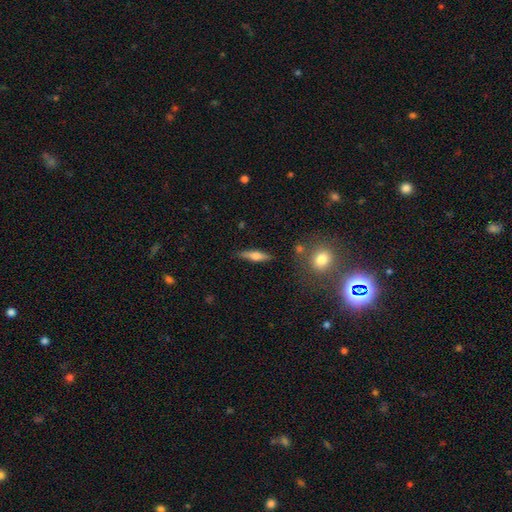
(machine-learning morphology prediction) smooth 49%, featured or disk 44%, star or artifact 7%. Down the decision tree: merging — none (84%).